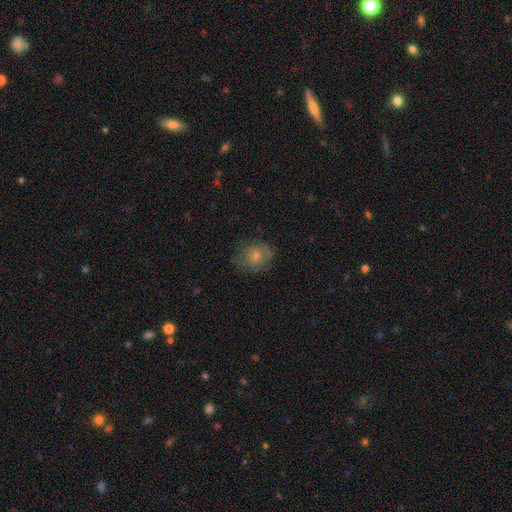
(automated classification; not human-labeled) Smooth or featured?
  - smooth: 56% *
  - featured or disk: 29%
  - star or artifact: 14%
How rounded?
  - round: 65% *
  - in between: 33%
  - cigar-shaped: 1%
Merging?
  - none: 75% *
  - minor disturbance: 18%
  - major disturbance: 6%
  - merger: 1%